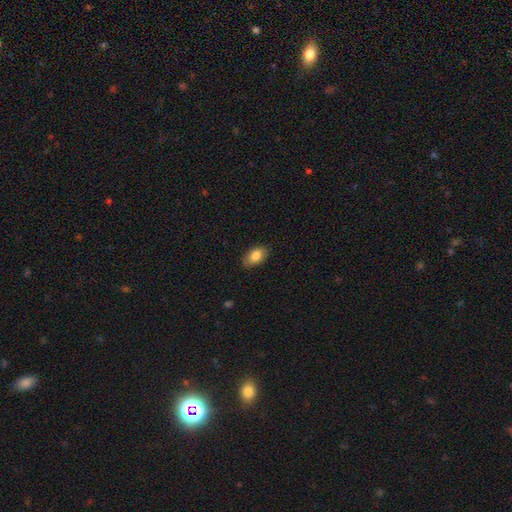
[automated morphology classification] smooth 82%, featured or disk 11%, star or artifact 7%. Down the decision tree: how rounded — in between (90%); merging — none (85%).